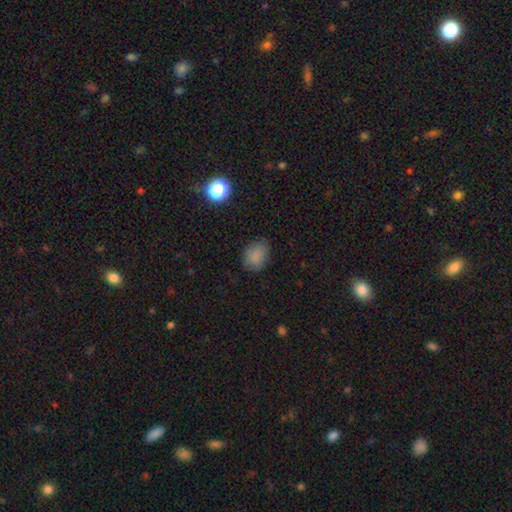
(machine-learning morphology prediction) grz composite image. It shows a smooth galaxy with no disk features (83%) that is in between round and cigar-shaped (62%). Merging: none (75%).